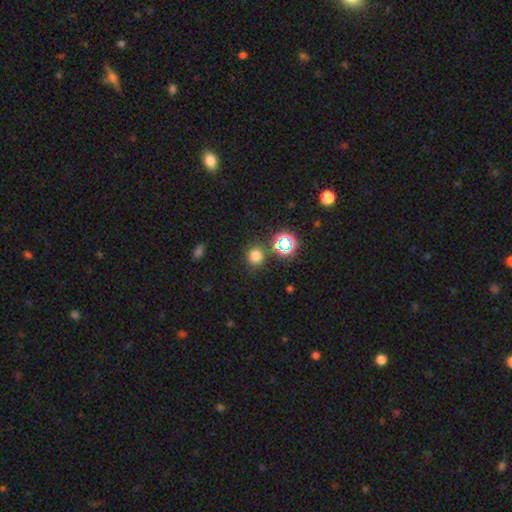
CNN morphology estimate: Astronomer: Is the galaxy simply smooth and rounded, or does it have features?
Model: smooth — 73%.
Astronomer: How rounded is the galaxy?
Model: round — 88%.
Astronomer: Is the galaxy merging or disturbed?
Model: none — 82%.